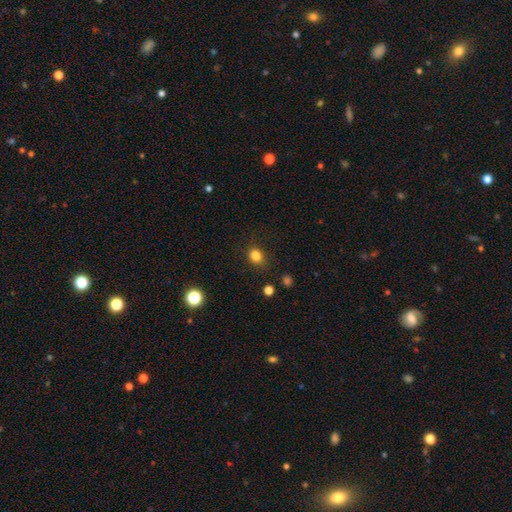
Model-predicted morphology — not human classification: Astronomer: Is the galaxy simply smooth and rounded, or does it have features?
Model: smooth — 83%.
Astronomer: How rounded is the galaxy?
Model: round — 53% (runner-up: in between, 46%).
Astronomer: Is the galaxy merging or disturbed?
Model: none — 80%.